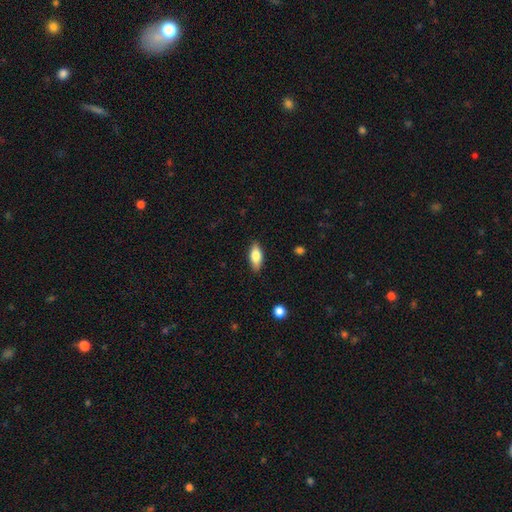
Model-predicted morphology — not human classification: This is likely a smooth galaxy (77%). How rounded: clearly in between (81%). Merging: clearly none (86%).